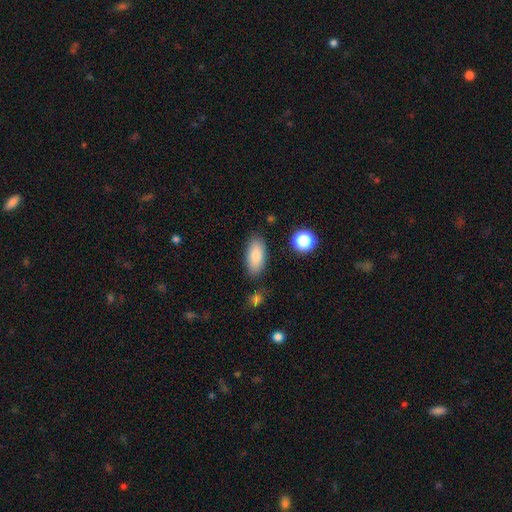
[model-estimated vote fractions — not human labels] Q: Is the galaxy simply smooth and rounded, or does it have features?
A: smooth — 84%.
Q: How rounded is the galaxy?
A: in between — 89%.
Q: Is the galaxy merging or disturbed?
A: none — 84%.